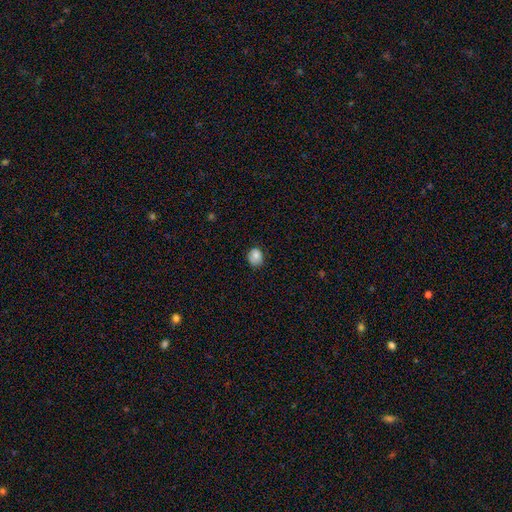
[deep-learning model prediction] smooth 80%, featured or disk 11%, star or artifact 9%. Down the decision tree: how rounded — round (68%); merging — none (74%).